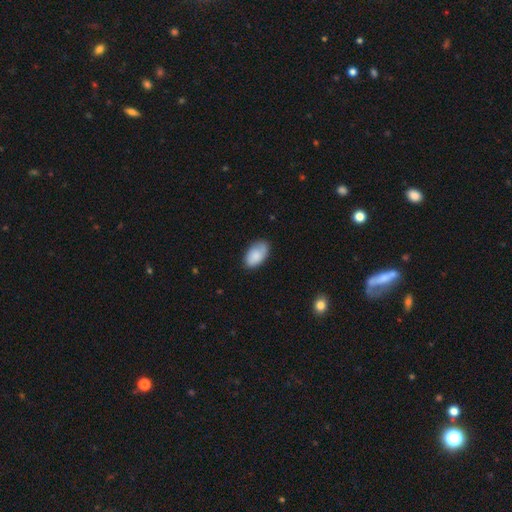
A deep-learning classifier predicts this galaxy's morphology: This appears to be a smooth galaxy with no disk features (80%) that is in between round and cigar-shaped (94%). Merging: none (73%).